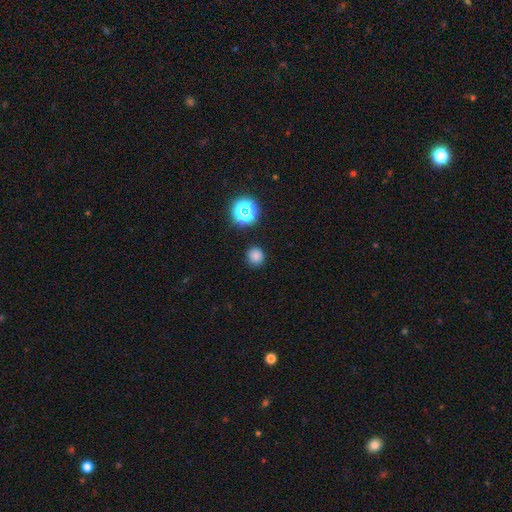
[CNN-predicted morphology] A smooth galaxy with no disk features (78%) that is round (89%). Merging: none (87%).